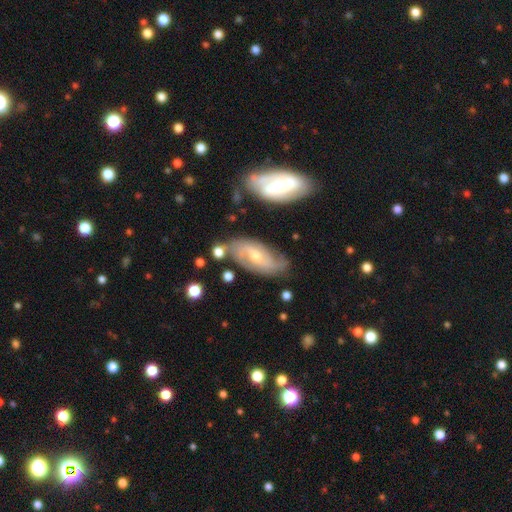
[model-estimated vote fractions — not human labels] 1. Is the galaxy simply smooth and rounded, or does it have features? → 77% featured or disk, 16% smooth, 6% star or artifact.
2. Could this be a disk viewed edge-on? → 92% no, 8% yes.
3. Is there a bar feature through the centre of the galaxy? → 47% no, 40% weak, 13% strong.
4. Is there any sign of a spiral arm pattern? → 92% yes, 8% no.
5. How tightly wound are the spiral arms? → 41% medium, 38% tight, 21% loose.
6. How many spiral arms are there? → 59% 2, 22% can't tell, 10% 3, 3% 1, 3% 4, 3% more than 4.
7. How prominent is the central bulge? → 48% moderate, 47% small, 2% large, 1% none, 1% dominant.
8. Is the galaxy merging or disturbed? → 70% none, 18% minor disturbance, 6% major disturbance, 5% merger.